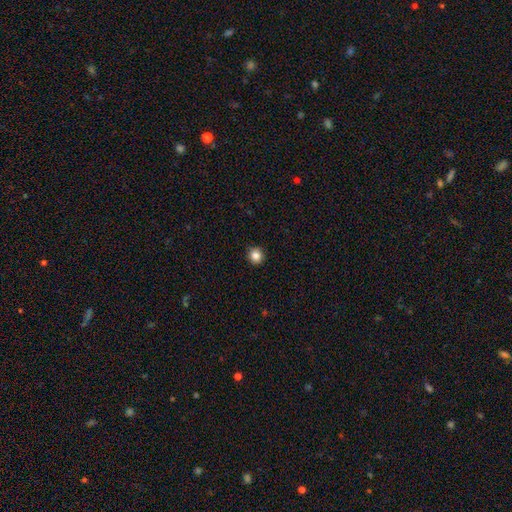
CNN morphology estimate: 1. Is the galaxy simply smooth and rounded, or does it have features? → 84% smooth, 11% star or artifact, 5% featured or disk.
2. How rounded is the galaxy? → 94% round, 5% in between, 1% cigar-shaped.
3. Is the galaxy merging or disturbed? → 92% none, 6% minor disturbance, 2% major disturbance, 1% merger.